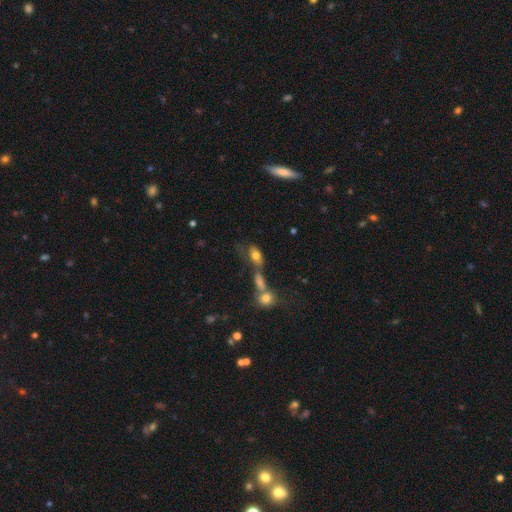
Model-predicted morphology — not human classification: Smooth or featured? Predicted: smooth (p=0.68). How rounded? Predicted: in between (p=0.81). Merging? Predicted: merger (p=0.41).